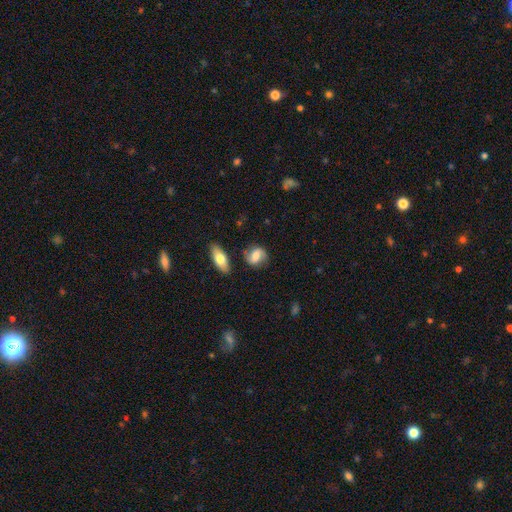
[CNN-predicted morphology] Smooth or featured?
  - featured or disk: 53% *
  - smooth: 39%
  - star or artifact: 8%
Edge-on disk?
  - no: 95% *
  - yes: 5%
Bar?
  - weak: 45% *
  - no: 40%
  - strong: 15%
Spiral arms?
  - yes: 89% *
  - no: 11%
Bulge size?
  - moderate: 49% *
  - large: 20%
  - small: 19%
  - none: 10%
  - dominant: 3%
Merging?
  - none: 76% *
  - minor disturbance: 16%
  - major disturbance: 4%
  - merger: 4%